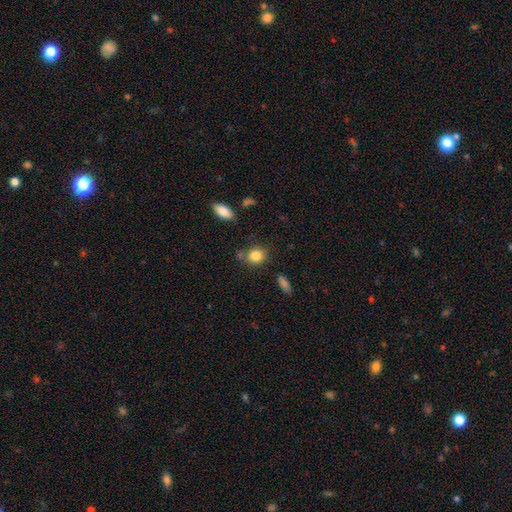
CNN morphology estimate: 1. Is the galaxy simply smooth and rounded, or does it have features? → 84% smooth, 9% star or artifact, 7% featured or disk.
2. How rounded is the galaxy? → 63% round, 35% in between, 1% cigar-shaped.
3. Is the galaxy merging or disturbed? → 71% none, 16% minor disturbance, 9% merger, 4% major disturbance.